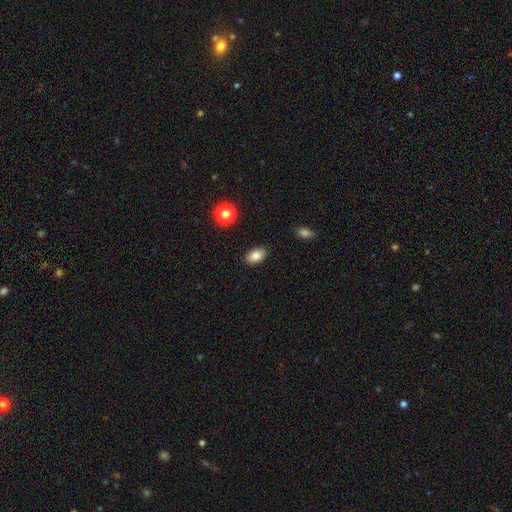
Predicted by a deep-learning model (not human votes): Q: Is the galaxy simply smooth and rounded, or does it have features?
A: smooth — 83%.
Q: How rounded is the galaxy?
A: in between — 90%.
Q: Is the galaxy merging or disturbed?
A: none — 87%.